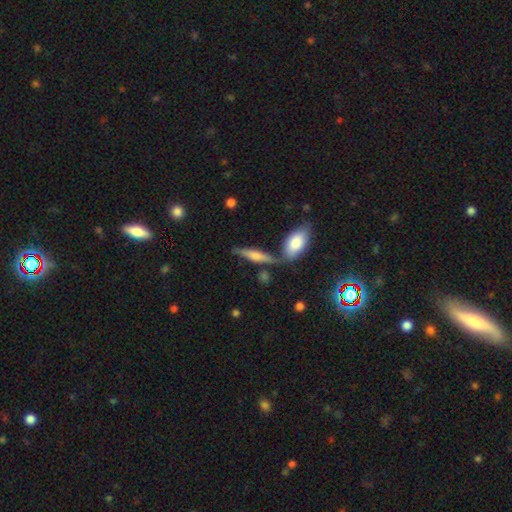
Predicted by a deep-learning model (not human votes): This is possibly a smooth galaxy (54%). How rounded: likely cigar-shaped (71%). Merging: likely none (67%).